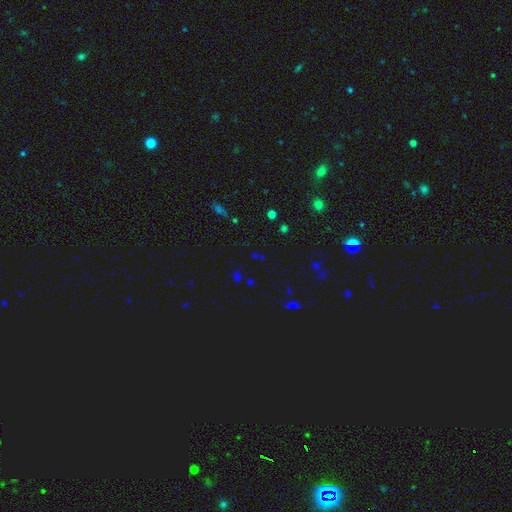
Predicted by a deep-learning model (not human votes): Smooth or featured? star or artifact (61%)